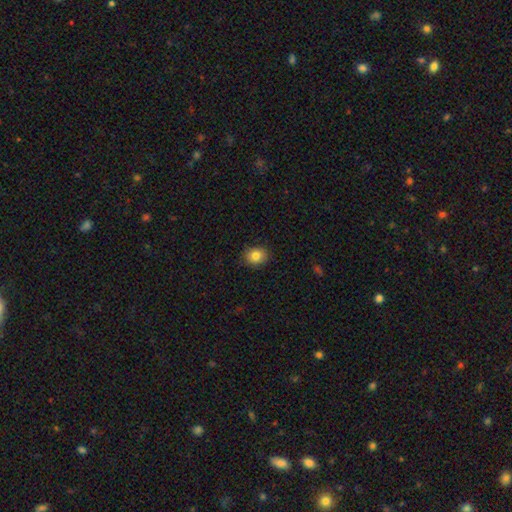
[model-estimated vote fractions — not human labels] smooth_or_featured: smooth (p=0.83) [alt: star or artifact p=0.09]
how_rounded: round (p=0.54) [alt: in between p=0.45]
merging: none (p=0.86) [alt: minor disturbance p=0.11]